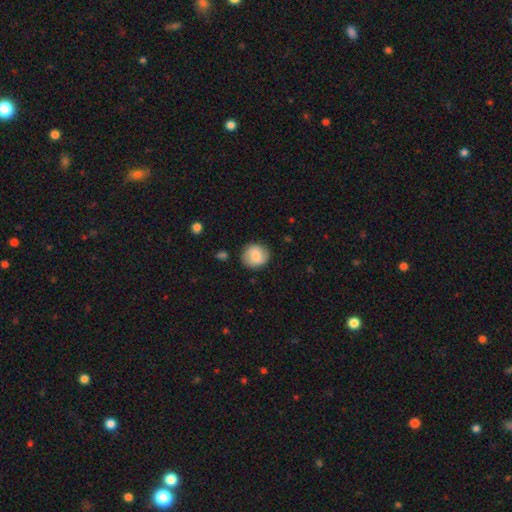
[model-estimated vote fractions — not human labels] smooth-or-featured: smooth: 79% | featured or disk: 13% | star or artifact: 7%
  how-rounded: round: 84% | in between: 15% | cigar-shaped: 1%
  merging: none: 85% | minor disturbance: 11% | major disturbance: 3% | merger: 2%